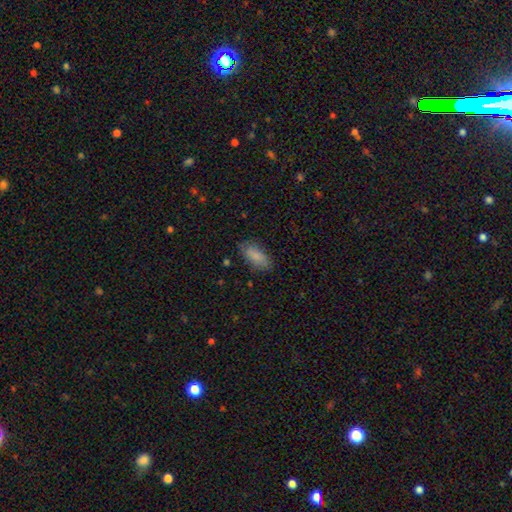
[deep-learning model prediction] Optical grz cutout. It shows a smooth galaxy with no disk features (85%) that is in between round and cigar-shaped (88%). Merging: none (81%).